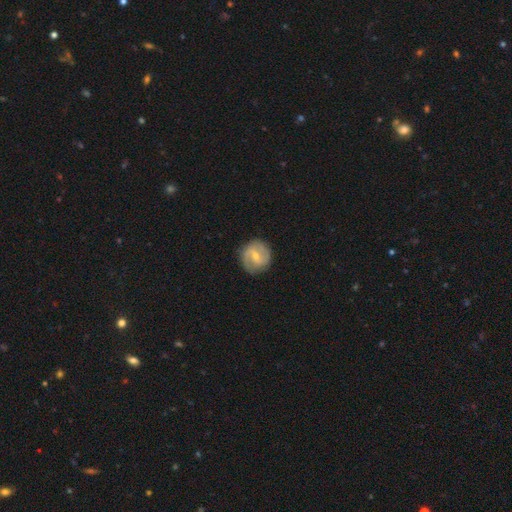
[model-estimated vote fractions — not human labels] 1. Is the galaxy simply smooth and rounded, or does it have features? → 74% featured or disk, 21% smooth, 5% star or artifact.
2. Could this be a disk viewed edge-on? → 97% no, 3% yes.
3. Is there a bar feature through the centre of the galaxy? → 54% weak, 24% strong, 23% no.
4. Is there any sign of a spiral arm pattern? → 91% yes, 9% no.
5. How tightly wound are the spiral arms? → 47% medium, 32% tight, 21% loose.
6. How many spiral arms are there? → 85% 2, 7% can't tell, 3% 1, 3% 3, 1% 4, 1% more than 4.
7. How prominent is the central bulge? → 61% small, 35% moderate, 2% none, 1% large, 1% dominant.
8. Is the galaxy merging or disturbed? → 85% none, 11% minor disturbance, 3% major disturbance, 1% merger.